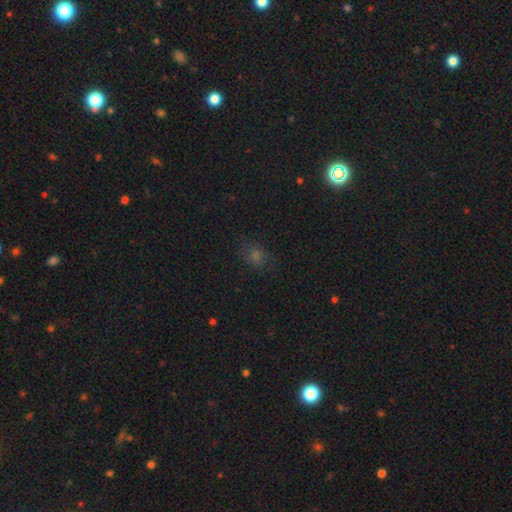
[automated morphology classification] The model was most divided on "smooth or featured": smooth: 52%, star or artifact: 35%, featured or disk: 13%. More confident: merging — none (80%); how rounded — round (59%).